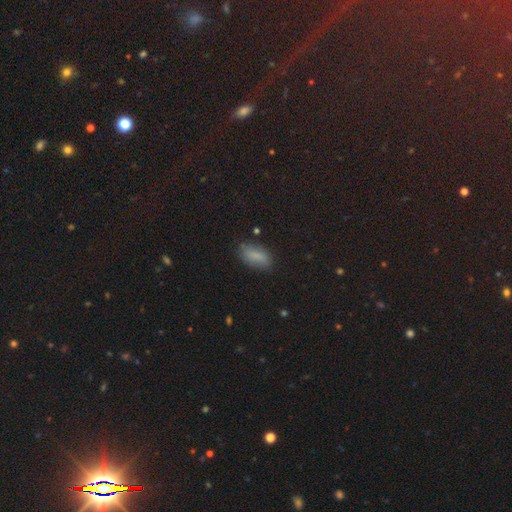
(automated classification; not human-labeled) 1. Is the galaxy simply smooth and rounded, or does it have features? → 80% smooth, 11% featured or disk, 9% star or artifact.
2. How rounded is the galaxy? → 87% in between, 10% cigar-shaped, 4% round.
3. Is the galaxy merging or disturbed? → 75% none, 18% minor disturbance, 4% major disturbance, 2% merger.